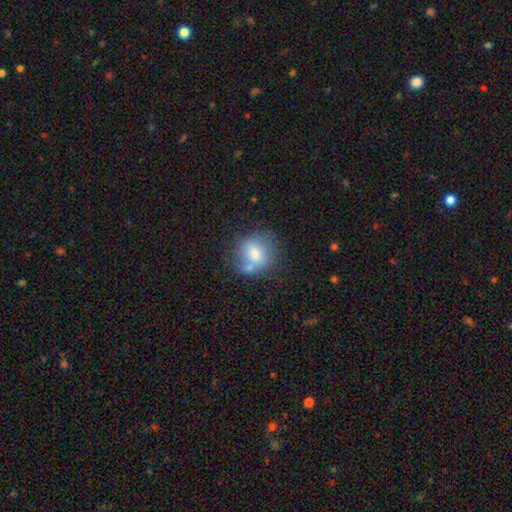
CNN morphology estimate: Q: Smooth or featured?
A: smooth (74%); runner-up: featured or disk (17%)
Q: How rounded?
A: round (76%); runner-up: in between (23%)
Q: Merging?
A: none (53%); runner-up: merger (22%)